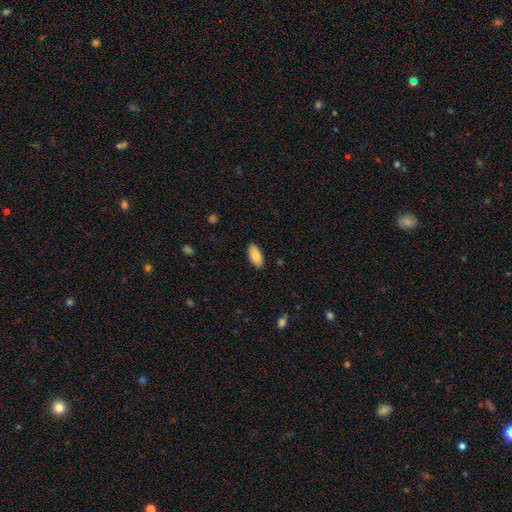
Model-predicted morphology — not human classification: smooth_or_featured: smooth (p=0.83) [alt: featured or disk p=0.11]
how_rounded: in between (p=0.91) [alt: cigar-shaped p=0.06]
merging: none (p=0.88) [alt: minor disturbance p=0.09]